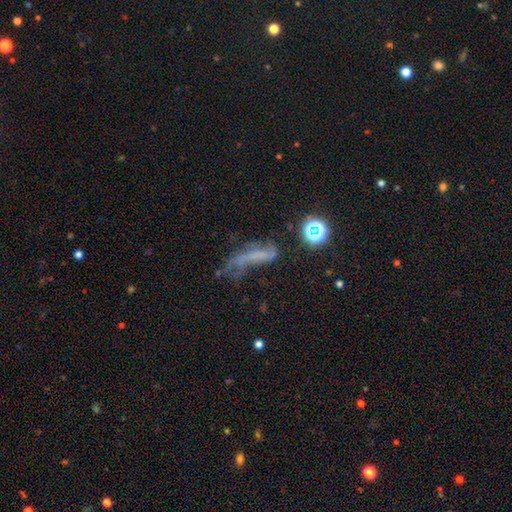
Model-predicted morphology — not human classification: Smooth or featured: featured or disk — 42% (smooth — 33%)
Merging: major disturbance — 37% (none — 32%)